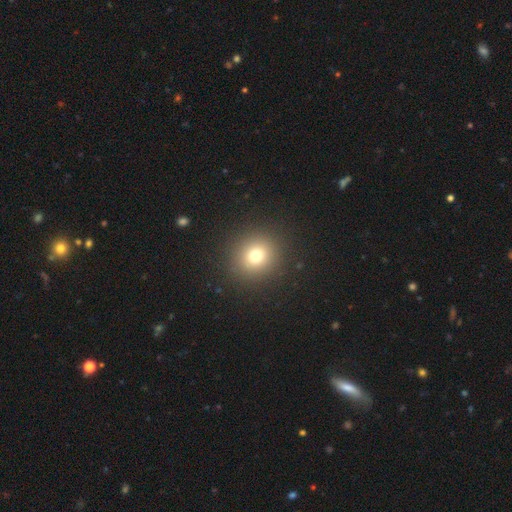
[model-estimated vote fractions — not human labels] Q: Smooth or featured?
A: smooth (74%); runner-up: star or artifact (17%)
Q: How rounded?
A: round (89%); runner-up: in between (10%)
Q: Merging?
A: none (91%); runner-up: minor disturbance (5%)